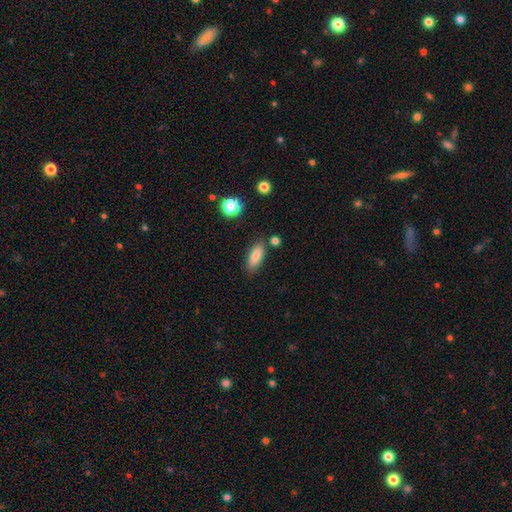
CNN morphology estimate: This appears to be a smooth galaxy with no disk features (82%) that is in between round and cigar-shaped (72%). Merging: none (80%).